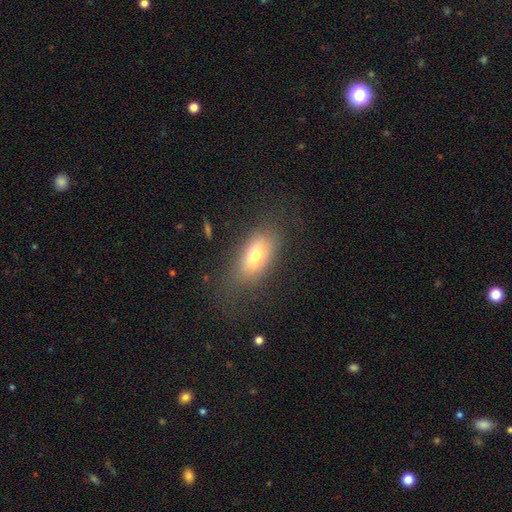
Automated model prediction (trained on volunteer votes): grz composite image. It shows a smooth galaxy with no disk features (70%) that is in between round and cigar-shaped (86%). Merging: none (71%).